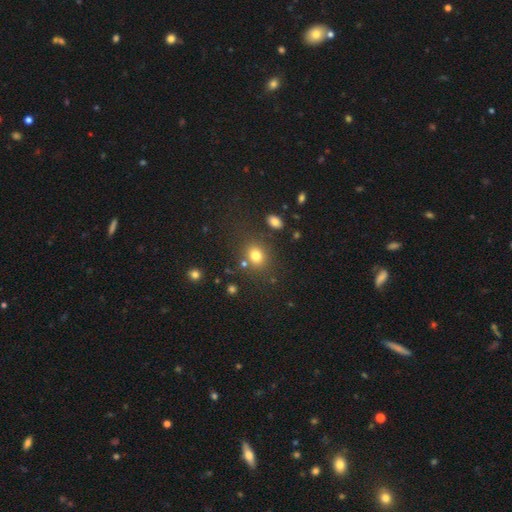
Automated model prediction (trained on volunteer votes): smooth_or_featured: smooth (p=0.77) [alt: star or artifact p=0.14]
how_rounded: round (p=0.59) [alt: in between p=0.40]
merging: none (p=0.77) [alt: minor disturbance p=0.11]